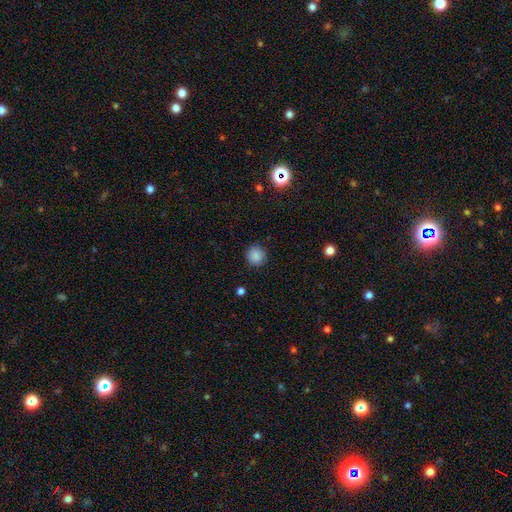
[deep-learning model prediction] A smooth galaxy with no disk features (87%) that is round (93%). Merging: none (89%).